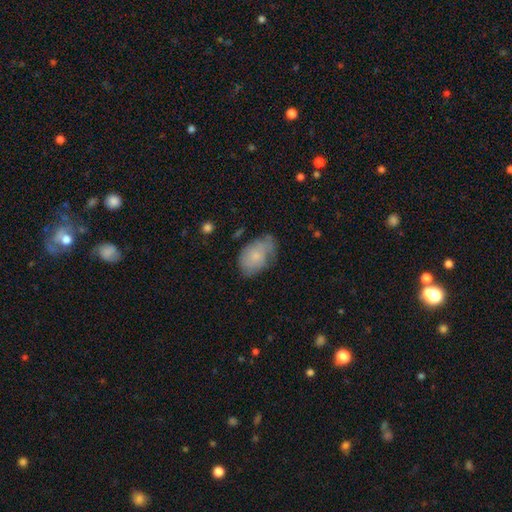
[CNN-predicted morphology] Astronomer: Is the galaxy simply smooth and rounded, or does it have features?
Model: smooth — 68%.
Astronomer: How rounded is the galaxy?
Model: in between — 88%.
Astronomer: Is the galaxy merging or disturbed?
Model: none — 49% (runner-up: minor disturbance, 35%).